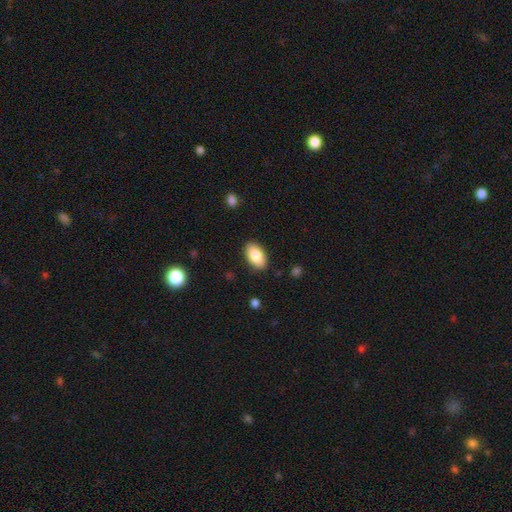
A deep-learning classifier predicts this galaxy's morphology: Smooth or featured? smooth (85%)
How rounded? in between (94%)
Merging? none (87%)